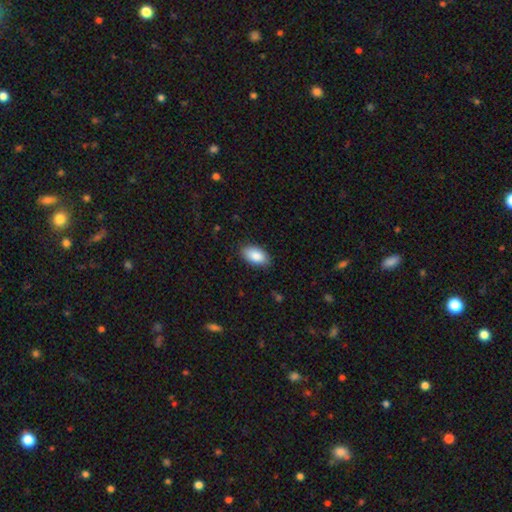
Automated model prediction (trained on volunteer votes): A smooth galaxy with no disk features (88%) that is in between round and cigar-shaped (95%). Merging: none (86%).